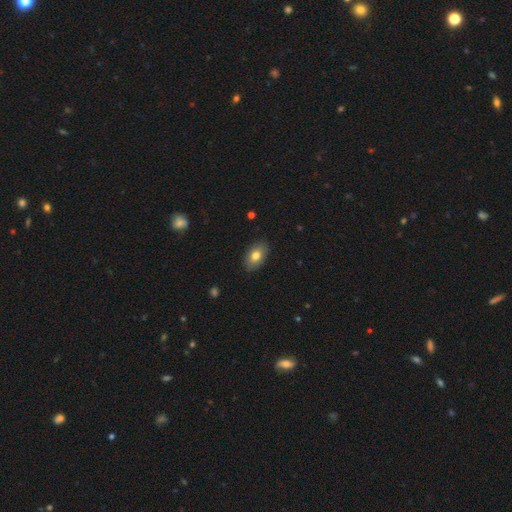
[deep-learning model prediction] A smooth galaxy with no disk features (77%) that is in between round and cigar-shaped (91%).

Vote fractions:
- Smooth or featured? smooth: 77% / featured or disk: 16% / star or artifact: 7%
- How rounded? in between: 91% / round: 7% / cigar-shaped: 2%
- Merging? none: 88% / minor disturbance: 9% / major disturbance: 2% / merger: 1%